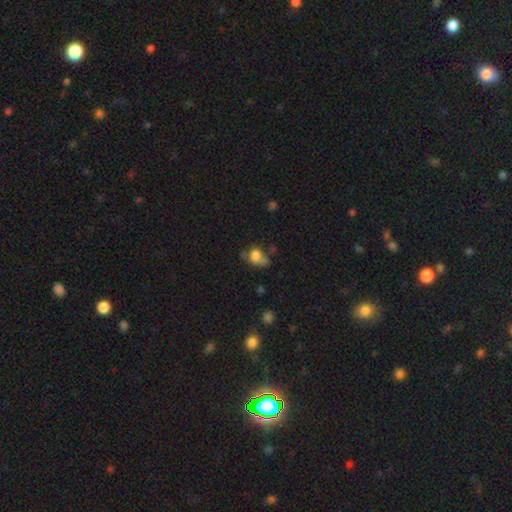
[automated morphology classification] The model was most divided on "merging": none: 36%, minor disturbance: 31%, major disturbance: 24%, merger: 10%. More confident: smooth or featured — smooth (71%); how rounded — in between (56%).